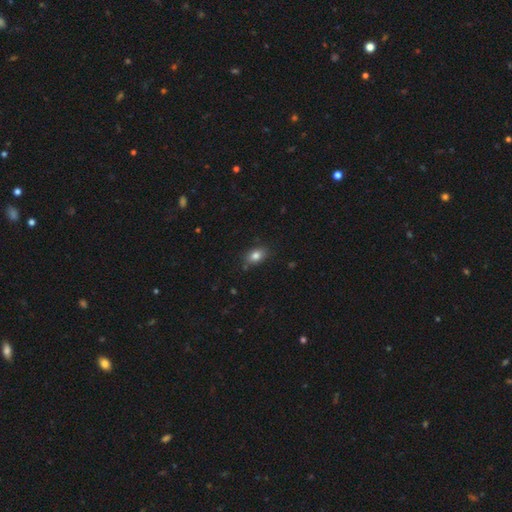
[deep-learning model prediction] smooth 83%, star or artifact 10%, featured or disk 8%. Down the decision tree: how rounded — in between (83%); merging — none (83%).